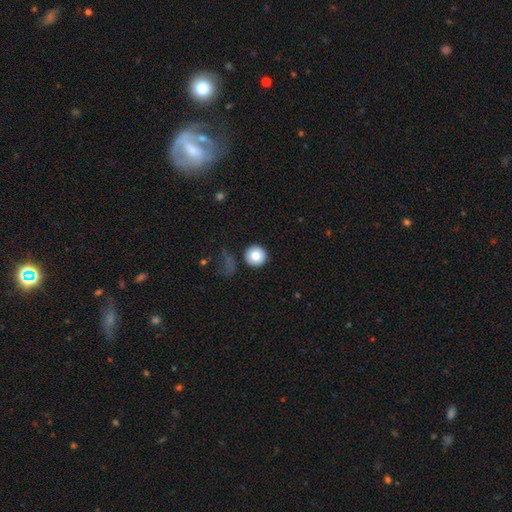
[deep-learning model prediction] smooth 80%, featured or disk 11%, star or artifact 9%. Down the decision tree: how rounded — round (95%); merging — none (82%).